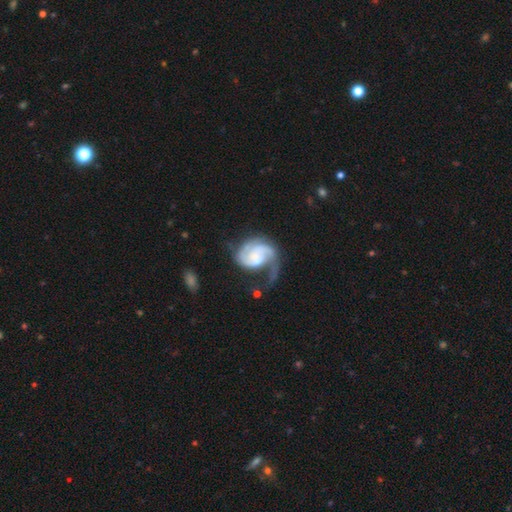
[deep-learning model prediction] Smooth or featured?
  - featured or disk: 82% *
  - smooth: 13%
  - star or artifact: 5%
Edge-on disk?
  - no: 98% *
  - yes: 2%
Bar?
  - no: 62% *
  - weak: 31%
  - strong: 7%
Spiral arms?
  - yes: 95% *
  - no: 5%
Spiral winding?
  - medium: 42% *
  - loose: 30%
  - tight: 27%
Spiral arm count?
  - 2: 54% *
  - 1: 25%
  - 3: 8%
  - can't tell: 8%
  - 4: 2%
  - more than 4: 2%
Bulge size?
  - none: 34% * (tied)
  - small: 34% * (tied)
  - moderate: 19%
  - large: 10%
  - dominant: 3%
Merging?
  - major disturbance: 43% *
  - none: 31%
  - minor disturbance: 22%
  - merger: 5%